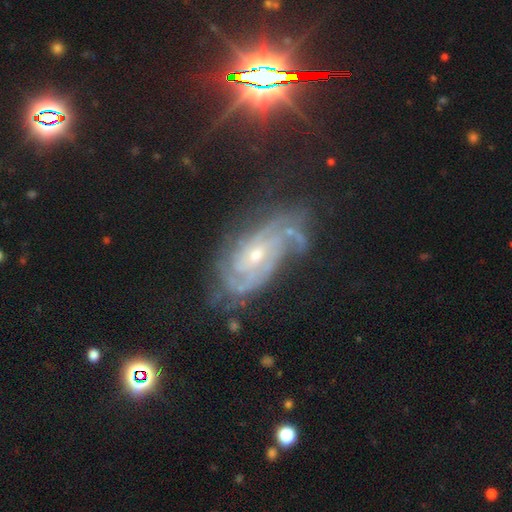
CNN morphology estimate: The model was most divided on "spiral arm count": can't tell: 30%, 3: 23%, 2: 20%, 4: 13%, more than 4: 7%, 1: 7%. More confident: spiral arms — yes (96%); edge-on disk — no (95%); smooth or featured — featured or disk (86%); bar — no (60%); spiral winding — tight (58%); merging — none (57%); bulge size — small (54%).